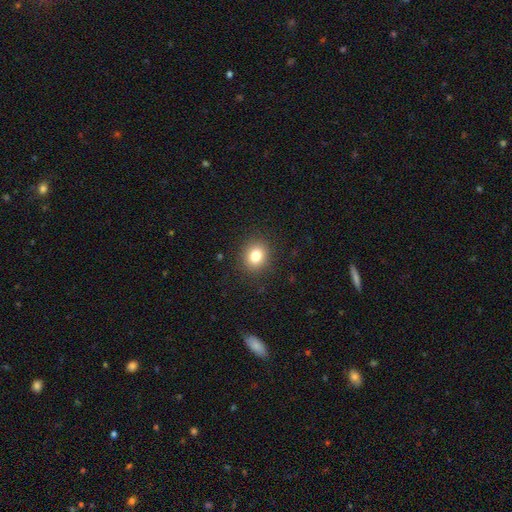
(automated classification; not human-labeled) Morphology: type=smooth (81%); roundness=round (74%); merging=none (89%).